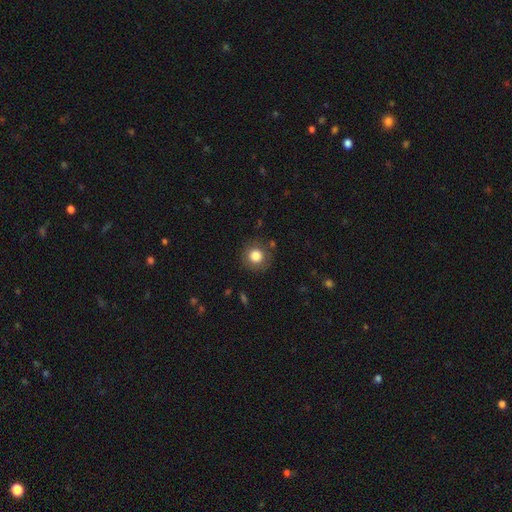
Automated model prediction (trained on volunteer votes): Overall: smooth (82%). How rounded: round (92%). Merging: none (84%).